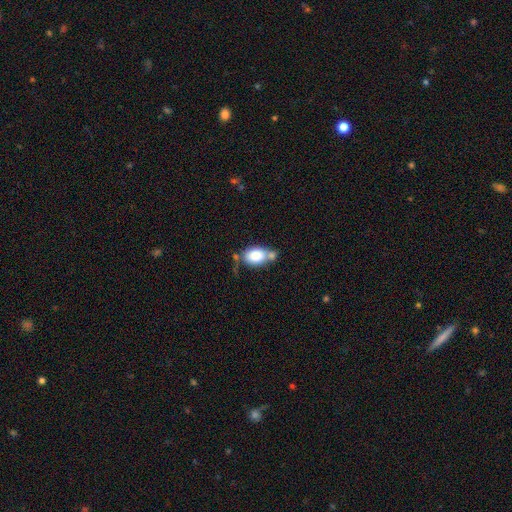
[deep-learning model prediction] The model was most divided on "merging": none: 40%, merger: 34%, minor disturbance: 19%, major disturbance: 8%. More confident: how rounded — in between (80%); smooth or featured — smooth (79%).